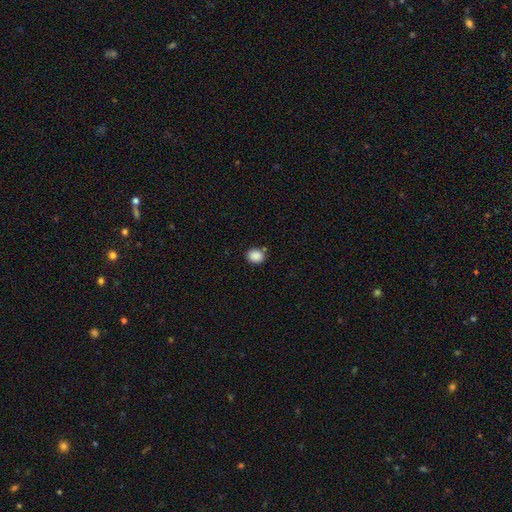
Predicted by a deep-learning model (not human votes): Smooth or featured: smooth — 88% (star or artifact — 9%)
How rounded: round — 66% (in between — 33%)
Merging: none — 80% (minor disturbance — 11%)